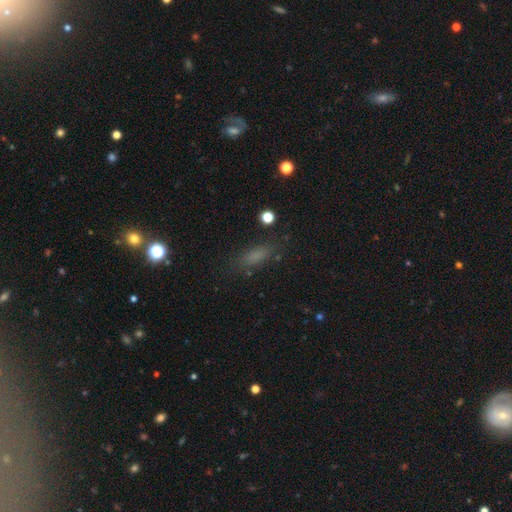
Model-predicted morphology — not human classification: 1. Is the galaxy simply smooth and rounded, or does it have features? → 70% smooth, 18% star or artifact, 12% featured or disk.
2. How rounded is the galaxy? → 57% in between, 38% cigar-shaped, 5% round.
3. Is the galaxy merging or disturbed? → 77% none, 14% minor disturbance, 7% major disturbance, 2% merger.